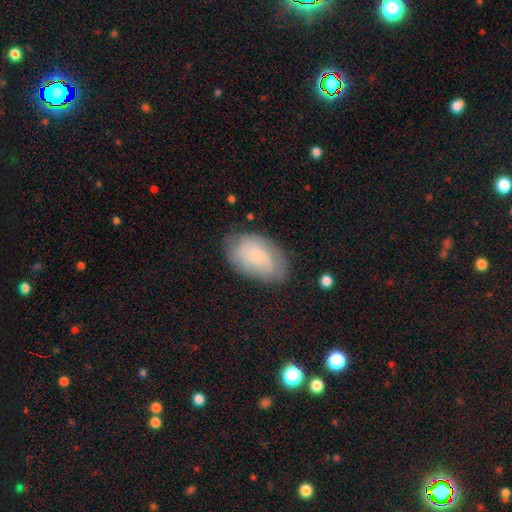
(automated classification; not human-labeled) Smooth or featured?
  - smooth: 60% *
  - featured or disk: 32%
  - star or artifact: 8%
How rounded?
  - in between: 91% *
  - round: 7%
  - cigar-shaped: 1%
Merging?
  - none: 68% *
  - minor disturbance: 24%
  - major disturbance: 7%
  - merger: 2%